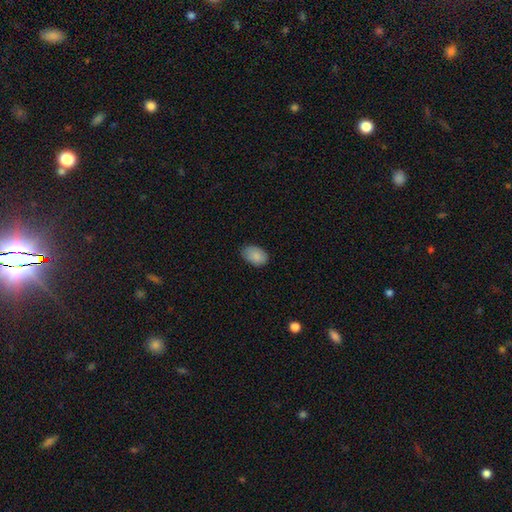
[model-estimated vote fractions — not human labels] The model was most divided on "merging": none: 79%, minor disturbance: 17%, major disturbance: 3%, merger: 1%. More confident: how rounded — in between (90%); smooth or featured — smooth (87%).